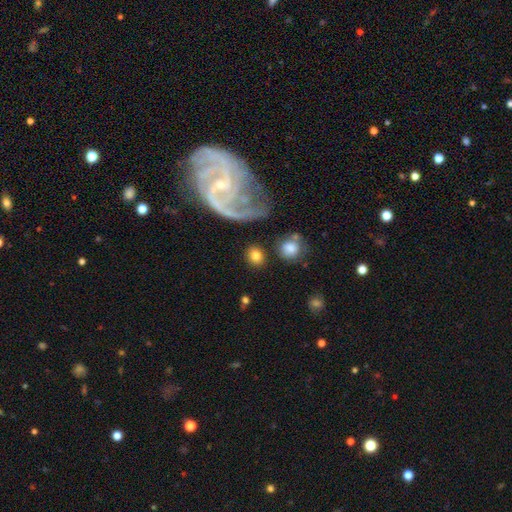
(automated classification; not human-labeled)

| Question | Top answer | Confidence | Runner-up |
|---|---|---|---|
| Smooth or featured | smooth | 76% | featured or disk (16%) |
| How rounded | round | 64% | in between (34%) |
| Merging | none | 80% | minor disturbance (9%) |